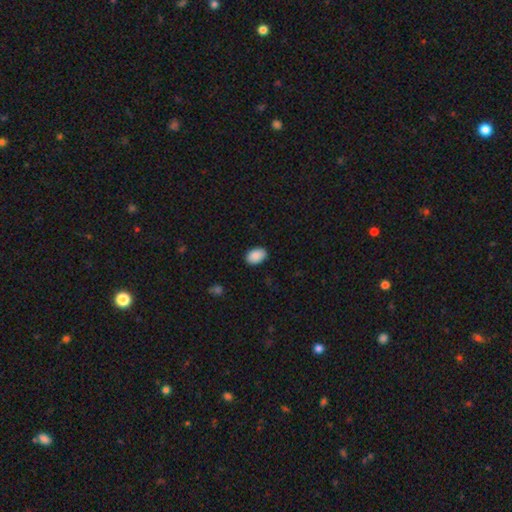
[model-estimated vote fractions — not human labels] A smooth galaxy with no disk features (90%) that is in between round and cigar-shaped (88%). Merging: none (88%).